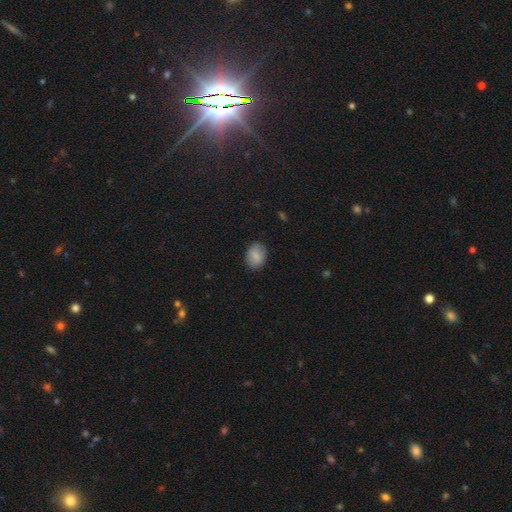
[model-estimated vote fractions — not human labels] smooth-or-featured: smooth: 81% | featured or disk: 11% | star or artifact: 7%
  how-rounded: in between: 73% | round: 26% | cigar-shaped: 1%
  merging: none: 83% | minor disturbance: 13% | major disturbance: 3% | merger: 1%